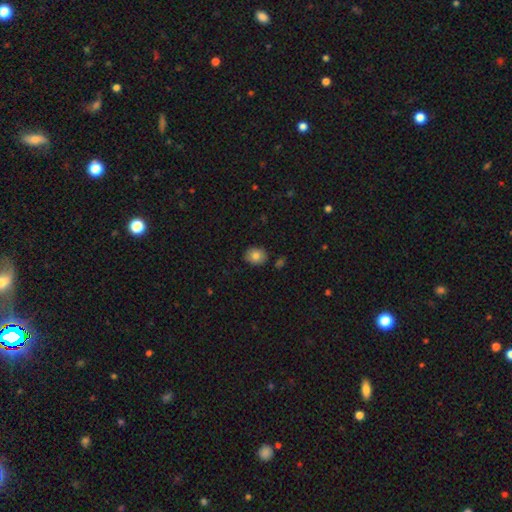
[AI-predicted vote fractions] Smooth or featured? Predicted: smooth (p=0.82). How rounded? Predicted: round (p=0.52). Merging? Predicted: none (p=0.85).